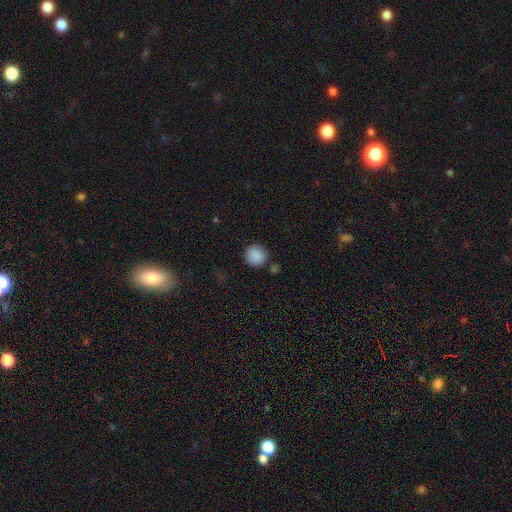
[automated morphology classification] This appears to be a smooth galaxy with no disk features (88%) that is round (92%). Merging: none (83%).